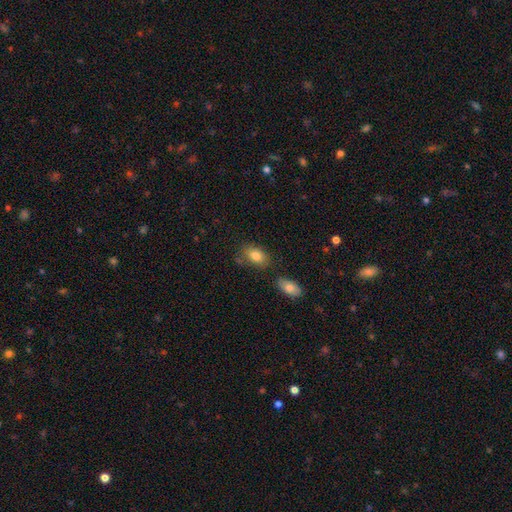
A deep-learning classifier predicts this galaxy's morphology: smooth-or-featured: smooth: 82% | featured or disk: 10% | star or artifact: 8%
  how-rounded: in between: 88% | round: 10% | cigar-shaped: 2%
  merging: none: 68% | minor disturbance: 18% | merger: 10% | major disturbance: 5%